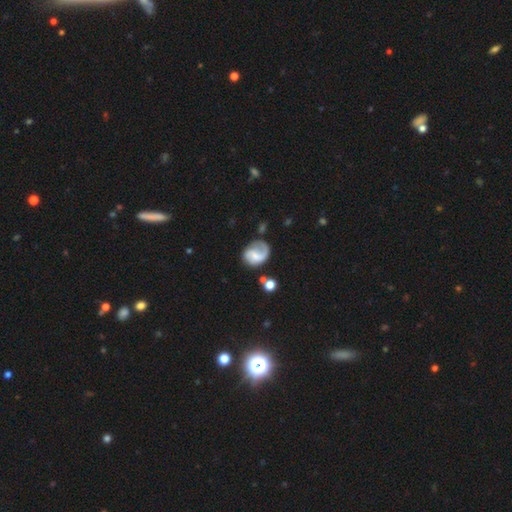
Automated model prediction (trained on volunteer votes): featured or disk 62%, smooth 31%, star or artifact 7%. Down the decision tree: edge-on disk — no (98%); bar — no (49%); spiral arms — yes (88%); spiral arm count — 1 (52%); spiral winding — loose (42%); bulge size — small (40%); merging — none (51%).